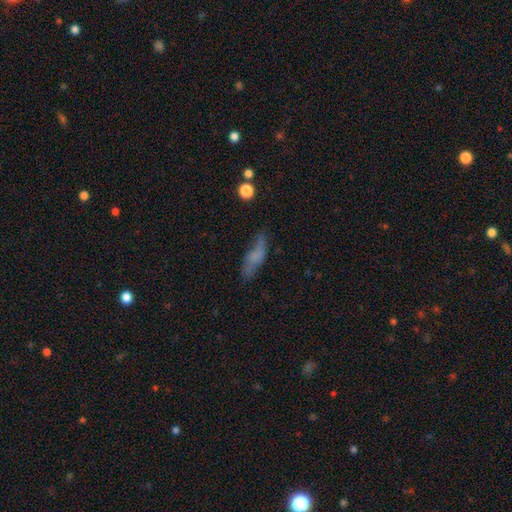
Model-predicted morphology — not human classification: smooth 58%, featured or disk 31%, star or artifact 11%. Down the decision tree: how rounded — cigar-shaped (51%); merging — none (58%).